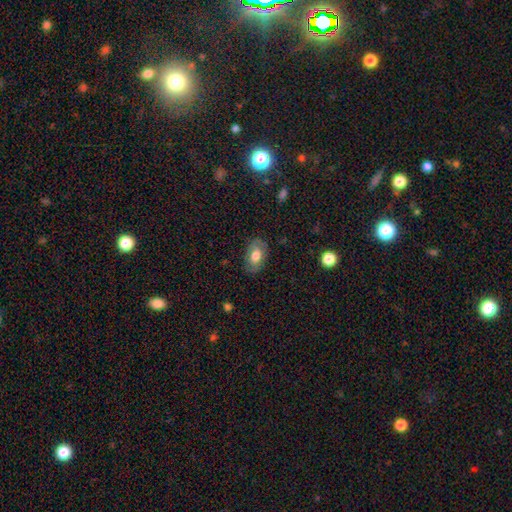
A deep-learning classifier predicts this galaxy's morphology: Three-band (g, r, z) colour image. It shows a smooth galaxy with no disk features (63%) that is in between round and cigar-shaped (90%). Merging: none (79%).